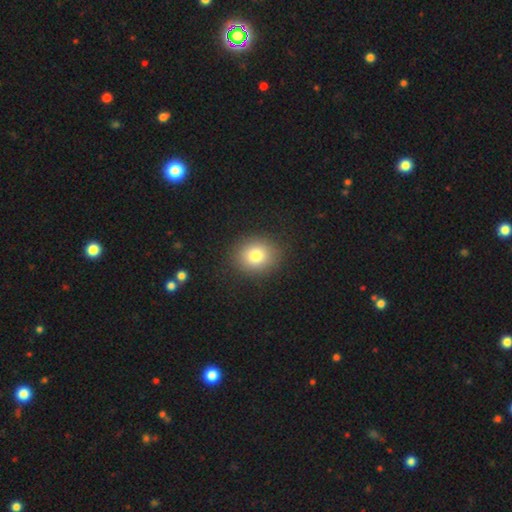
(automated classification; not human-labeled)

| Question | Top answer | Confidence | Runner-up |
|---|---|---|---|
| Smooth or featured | smooth | 80% | star or artifact (11%) |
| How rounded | round | 73% | in between (26%) |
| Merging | none | 89% | minor disturbance (7%) |